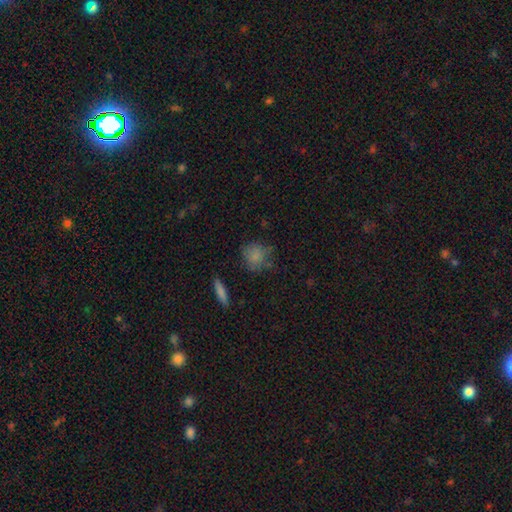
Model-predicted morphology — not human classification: A smooth galaxy with no disk features (79%) that is round (77%).

Vote fractions:
- Smooth or featured? smooth: 79% / star or artifact: 11% / featured or disk: 10%
- How rounded? round: 77% / in between: 21% / cigar-shaped: 2%
- Merging? none: 66% / minor disturbance: 22% / major disturbance: 8% / merger: 4%